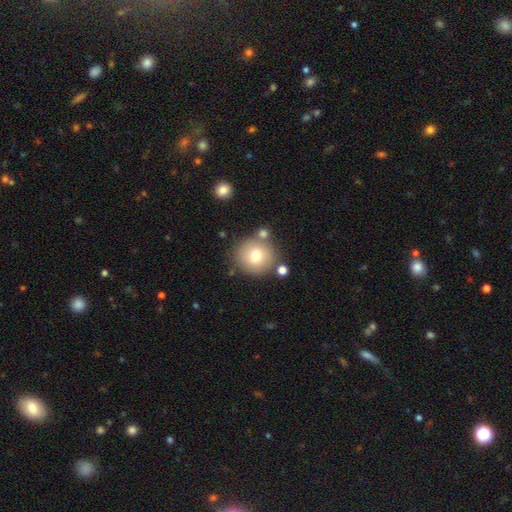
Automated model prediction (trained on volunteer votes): This is likely a smooth galaxy (74%). How rounded: clearly round (92%). Merging: likely none (76%).